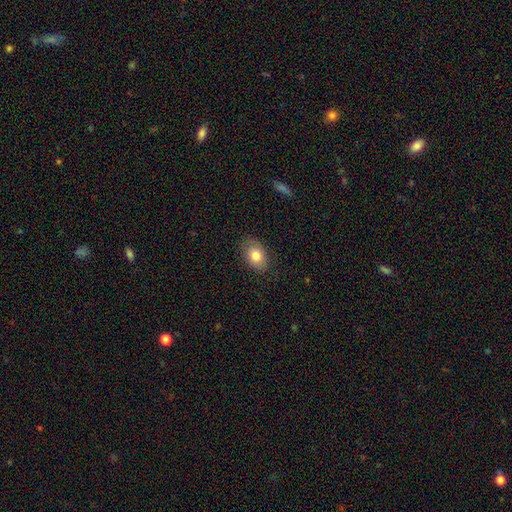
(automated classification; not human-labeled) The model was most divided on "how rounded": in between: 81%, round: 18%, cigar-shaped: 1%. More confident: merging — none (83%); smooth or featured — smooth (81%).